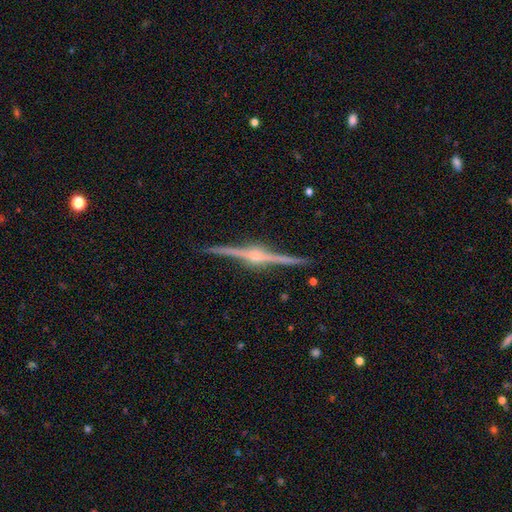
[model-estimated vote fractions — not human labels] Smooth or featured? featured or disk (90%)
Edge-on disk? yes (99%)
Edge-on bulge? rounded (89%)
Merging? none (92%)